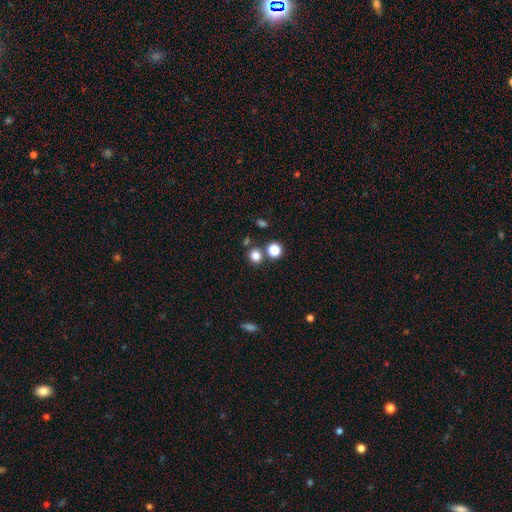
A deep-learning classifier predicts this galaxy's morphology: type=smooth (79%); roundness=round (86%); merging=none (75%).